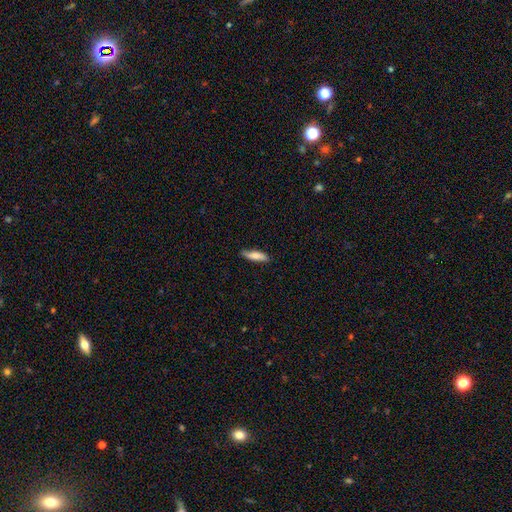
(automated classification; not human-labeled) A smooth galaxy with no disk features (78%) that is cigar-shaped (65%).

Vote fractions:
- Smooth or featured? smooth: 78% / featured or disk: 16% / star or artifact: 6%
- How rounded? cigar-shaped: 65% / in between: 33% / round: 2%
- Merging? none: 81% / minor disturbance: 15% / major disturbance: 2% / merger: 1%